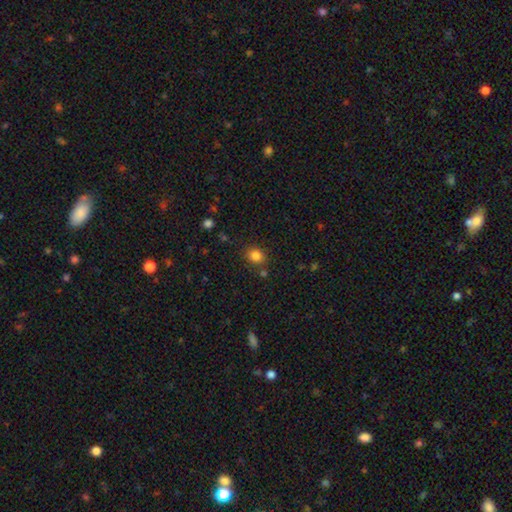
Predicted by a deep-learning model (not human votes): smooth 83%, star or artifact 12%, featured or disk 5%. Down the decision tree: how rounded — round (69%); merging — none (81%).